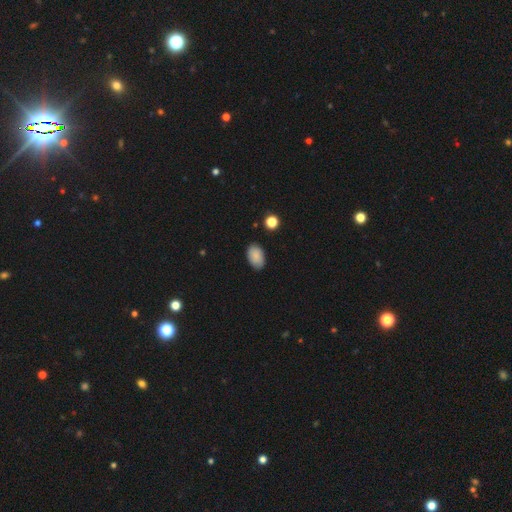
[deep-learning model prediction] smooth-or-featured: smooth: 87% | star or artifact: 8% | featured or disk: 5%
  how-rounded: in between: 90% | round: 8% | cigar-shaped: 1%
  merging: none: 85% | minor disturbance: 12% | major disturbance: 2% | merger: 1%